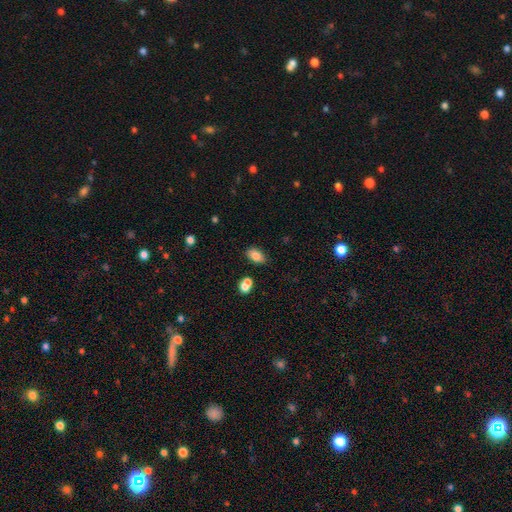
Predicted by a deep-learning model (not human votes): A smooth galaxy with no disk features (81%) that is in between round and cigar-shaped (89%).

Vote fractions:
- Smooth or featured? smooth: 81% / featured or disk: 9% / star or artifact: 9%
- How rounded? in between: 89% / round: 9% / cigar-shaped: 2%
- Merging? none: 78% / minor disturbance: 12% / merger: 8% / major disturbance: 3%